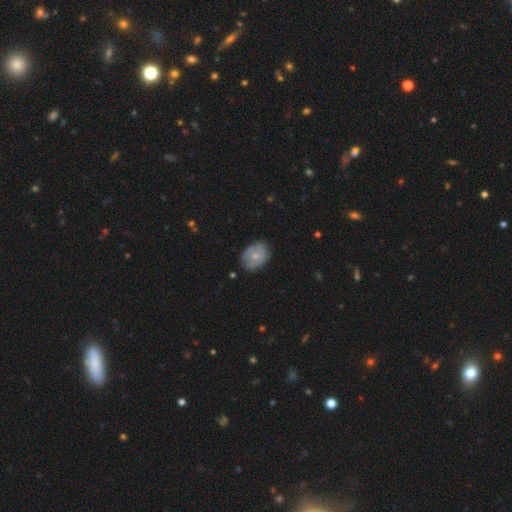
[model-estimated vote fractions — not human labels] This appears to be a smooth galaxy with no disk features (61%) that is in between round and cigar-shaped (69%). Merging: none (72%).